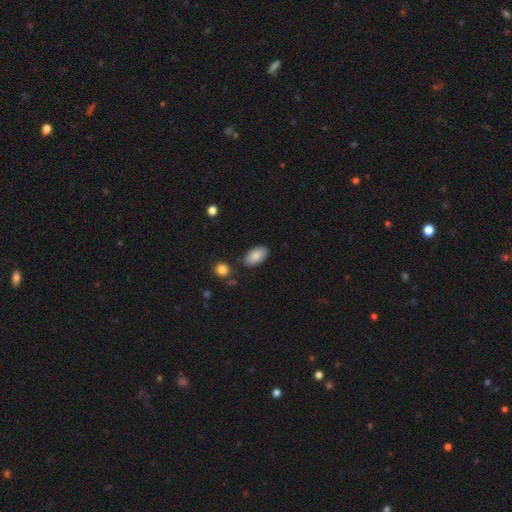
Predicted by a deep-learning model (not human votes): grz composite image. It shows a smooth galaxy with no disk features (87%) that is in between round and cigar-shaped (94%). Merging: none (81%).